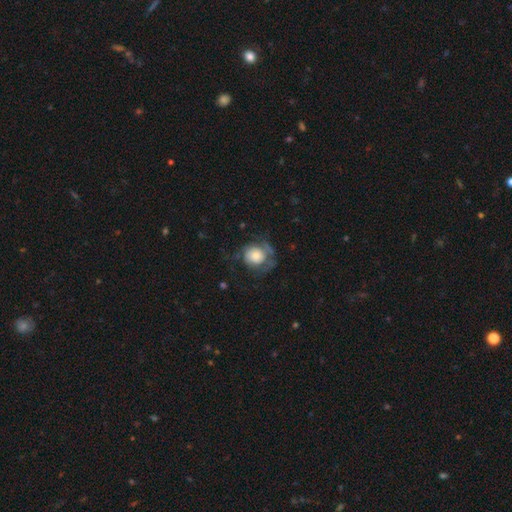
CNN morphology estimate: Smooth or featured: smooth — 50% (featured or disk — 42%)
How rounded: round — 78% (in between — 21%)
Merging: none — 46% (major disturbance — 28%)